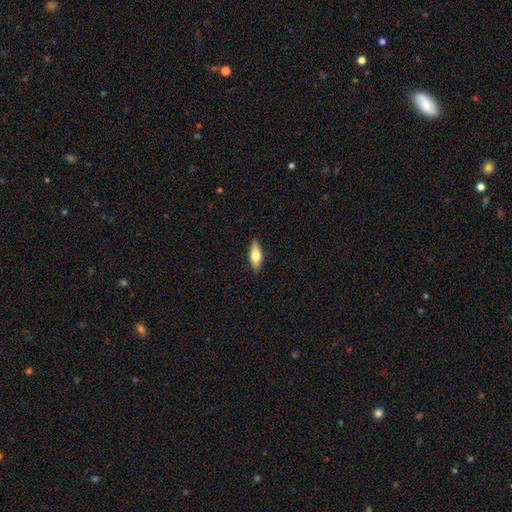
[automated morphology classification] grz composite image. It shows a smooth galaxy with no disk features (67%) that is in between round and cigar-shaped (69%). Merging: none (88%).